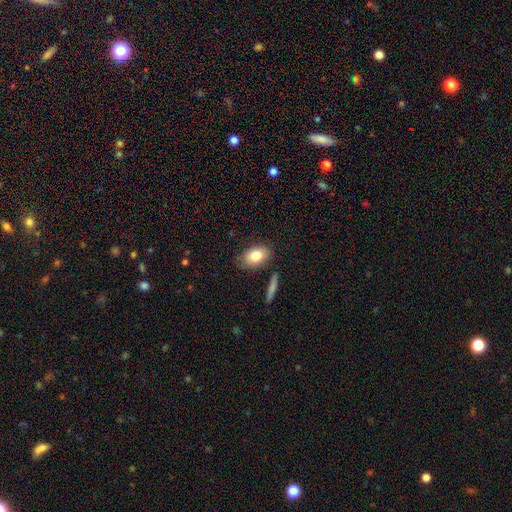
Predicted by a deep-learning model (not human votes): This is likely a smooth galaxy (79%). How rounded: clearly in between (85%). Merging: clearly none (81%).